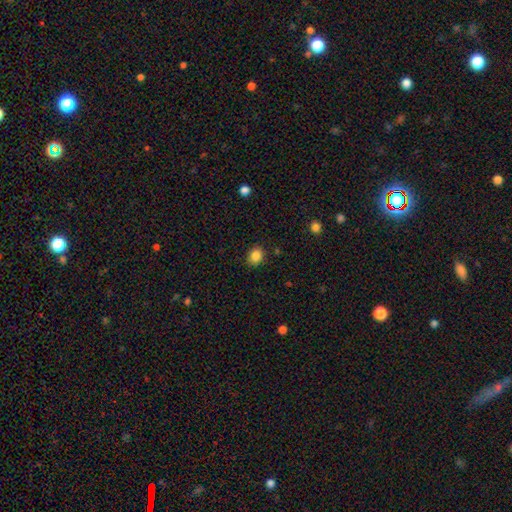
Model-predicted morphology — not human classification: A smooth galaxy with no disk features (86%) that is round (63%).

Vote fractions:
- Smooth or featured? smooth: 86% / star or artifact: 10% / featured or disk: 4%
- How rounded? round: 63% / in between: 36% / cigar-shaped: 1%
- Merging? none: 87% / minor disturbance: 9% / major disturbance: 2% / merger: 1%